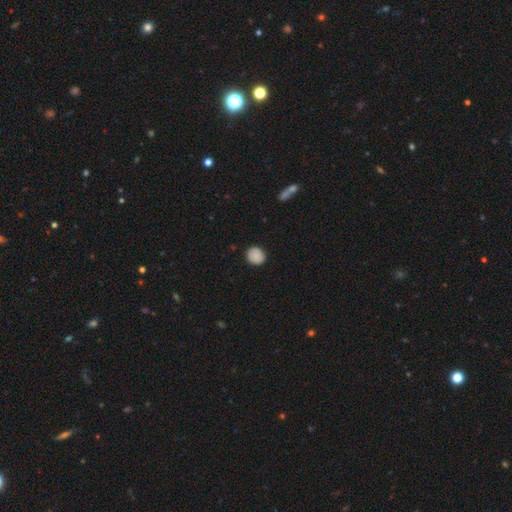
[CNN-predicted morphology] smooth-or-featured: smooth: 84% | featured or disk: 8% | star or artifact: 8%
  how-rounded: round: 76% | in between: 23% | cigar-shaped: 1%
  merging: none: 85% | minor disturbance: 12% | major disturbance: 2% | merger: 1%